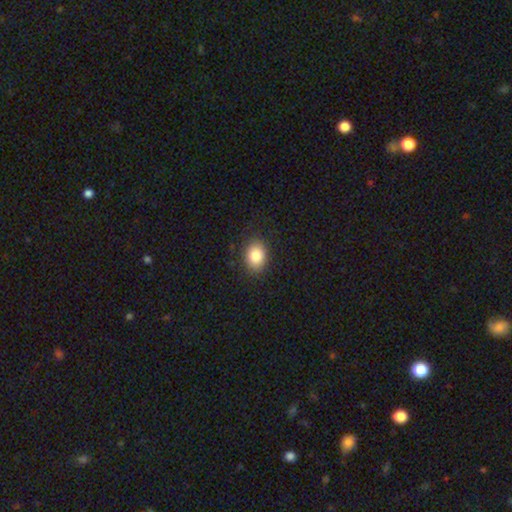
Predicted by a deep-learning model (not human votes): smooth-or-featured: smooth: 85% | star or artifact: 9% | featured or disk: 7%
  how-rounded: in between: 62% | round: 37% | cigar-shaped: 1%
  merging: none: 87% | minor disturbance: 10% | major disturbance: 3% | merger: 1%